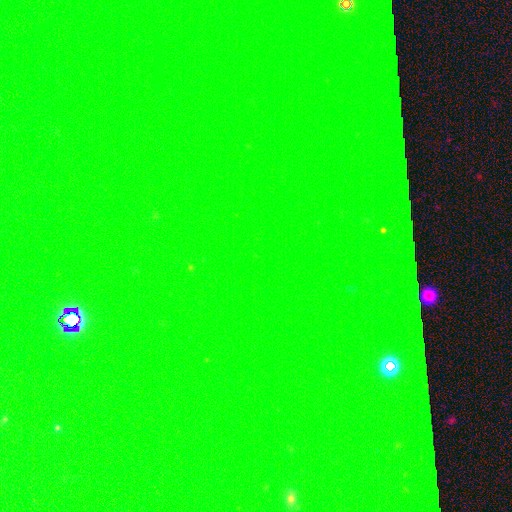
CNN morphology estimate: The model was most divided on "smooth or featured": star or artifact: 81%, featured or disk: 10%, smooth: 10%.